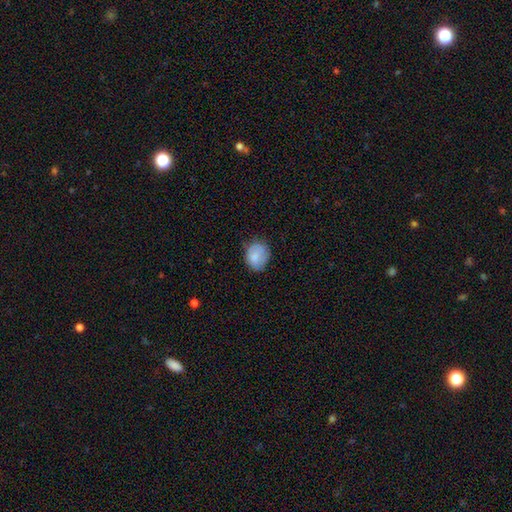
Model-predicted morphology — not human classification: smooth 79%, featured or disk 13%, star or artifact 8%. Down the decision tree: how rounded — round (53%); merging — none (64%).